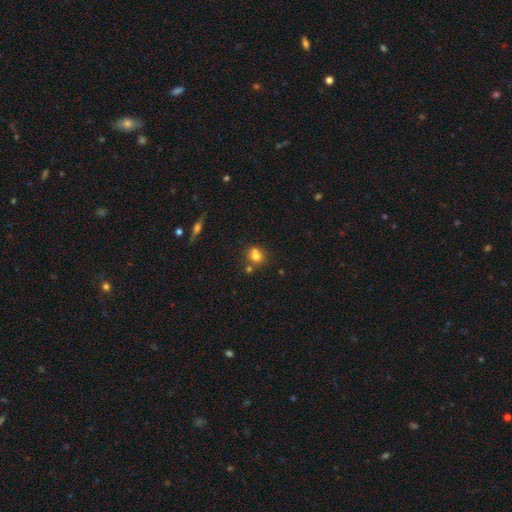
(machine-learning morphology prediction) Smooth or featured? Predicted: smooth (p=0.72). How rounded? Predicted: round (p=0.71). Merging? Predicted: none (p=0.50).